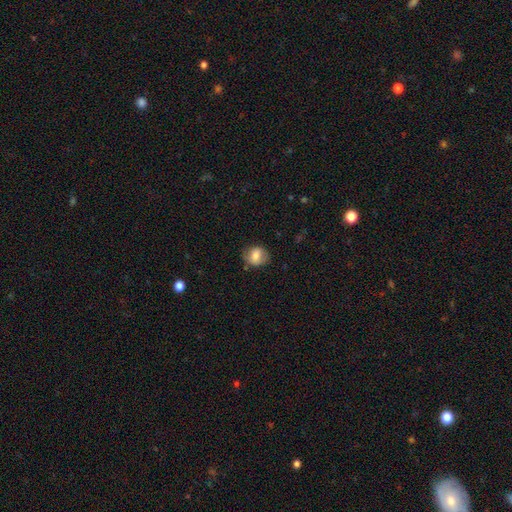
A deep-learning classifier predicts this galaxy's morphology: Overall: smooth (71%). How rounded: round (56%; in between 43%). Merging: none (68%).